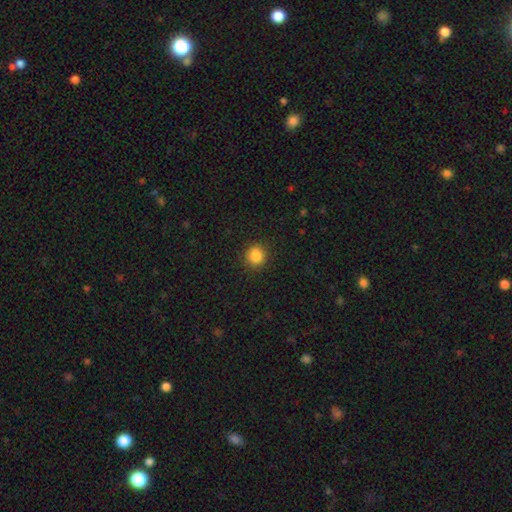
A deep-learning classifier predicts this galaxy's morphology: Smooth or featured: smooth — 86% (star or artifact — 11%)
How rounded: round — 87% (in between — 12%)
Merging: none — 88% (minor disturbance — 8%)